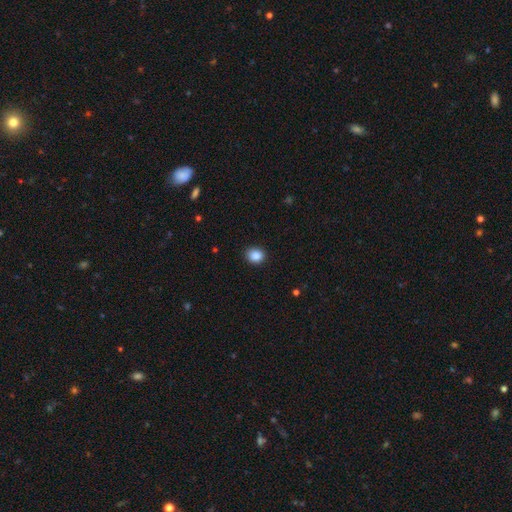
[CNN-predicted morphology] smooth-or-featured: smooth: 88% | star or artifact: 9% | featured or disk: 3%
  how-rounded: round: 68% | in between: 31% | cigar-shaped: 1%
  merging: none: 89% | minor disturbance: 8% | major disturbance: 2% | merger: 1%